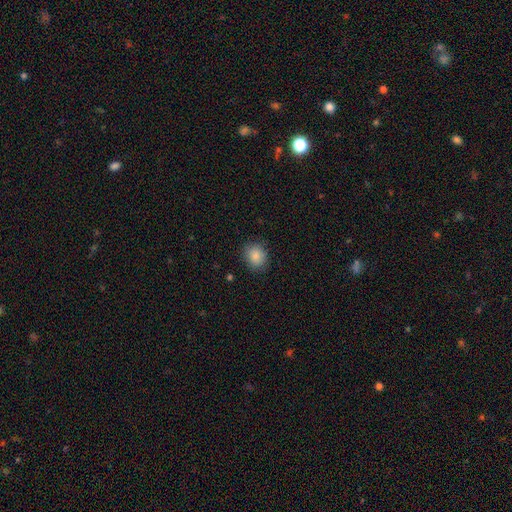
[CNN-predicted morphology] Smooth or featured? Predicted: smooth (p=0.87). How rounded? Predicted: round (p=0.68). Merging? Predicted: none (p=0.86).